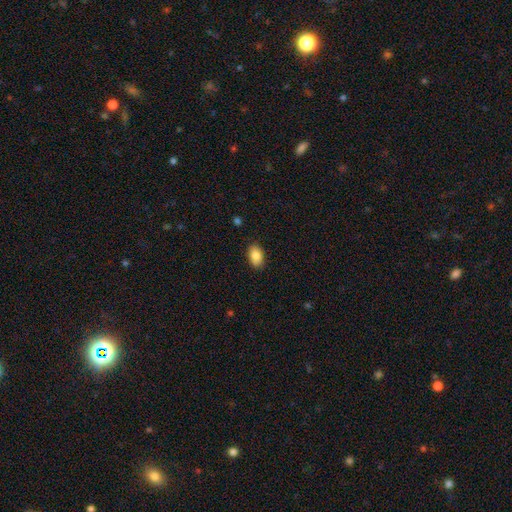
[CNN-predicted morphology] Smooth or featured? smooth (85%)
How rounded? in between (90%)
Merging? none (87%)